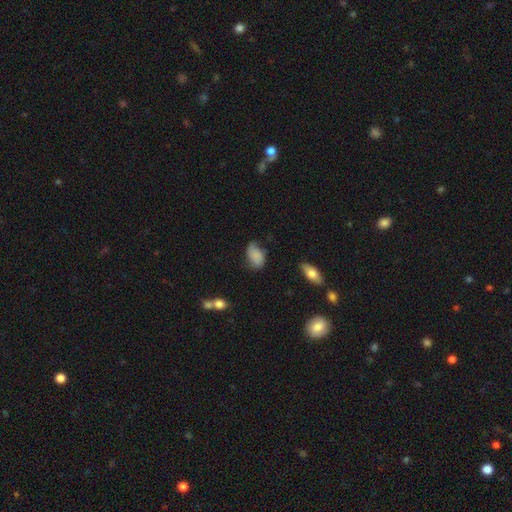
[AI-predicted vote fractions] This appears to be a smooth galaxy with no disk features (77%) that is in between round and cigar-shaped (90%). Merging: none (51%).